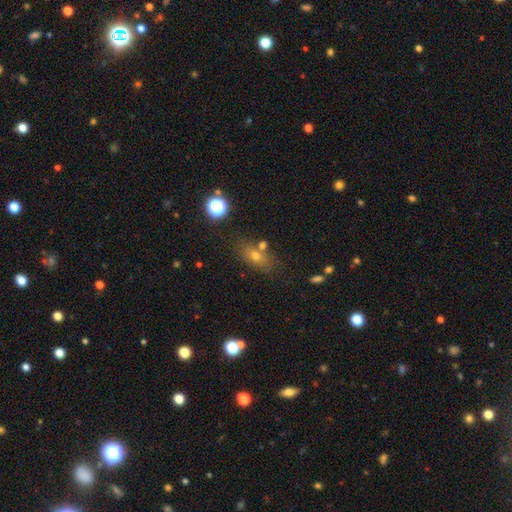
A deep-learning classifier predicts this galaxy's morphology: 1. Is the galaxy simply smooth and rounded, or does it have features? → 62% smooth, 19% featured or disk, 19% star or artifact.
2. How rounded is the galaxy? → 67% in between, 22% round, 10% cigar-shaped.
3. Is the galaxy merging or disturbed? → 68% none, 15% merger, 13% minor disturbance, 5% major disturbance.